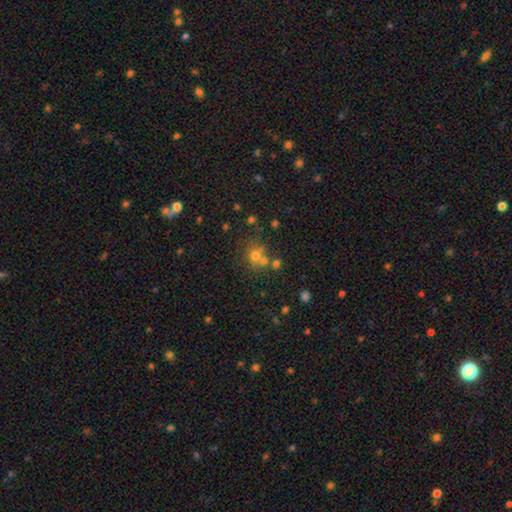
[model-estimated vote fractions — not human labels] A smooth galaxy with no disk features (67%) that is round (81%).

Vote fractions:
- Smooth or featured? smooth: 67% / star or artifact: 20% / featured or disk: 13%
- How rounded? round: 81% / in between: 18% / cigar-shaped: 1%
- Merging? none: 55% / merger: 30% / minor disturbance: 10% / major disturbance: 4%